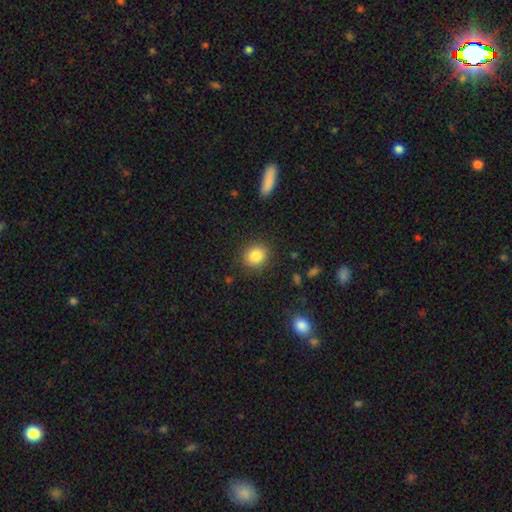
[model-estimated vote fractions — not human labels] This appears to be a smooth galaxy with no disk features (85%) that is round (78%). Merging: none (88%).